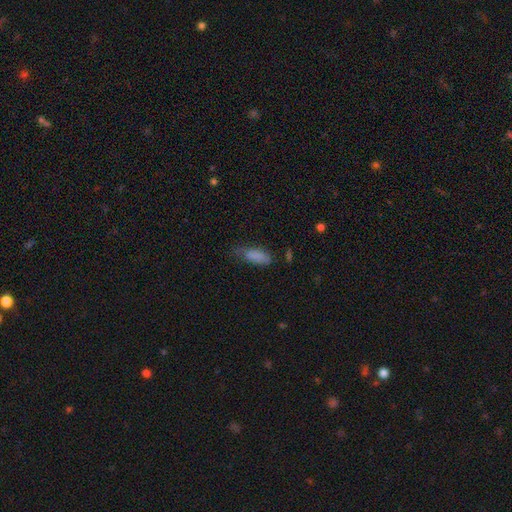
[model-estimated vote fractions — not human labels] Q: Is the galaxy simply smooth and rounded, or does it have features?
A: smooth — 83%.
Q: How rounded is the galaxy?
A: in between — 75%.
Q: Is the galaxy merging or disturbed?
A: none — 43%.